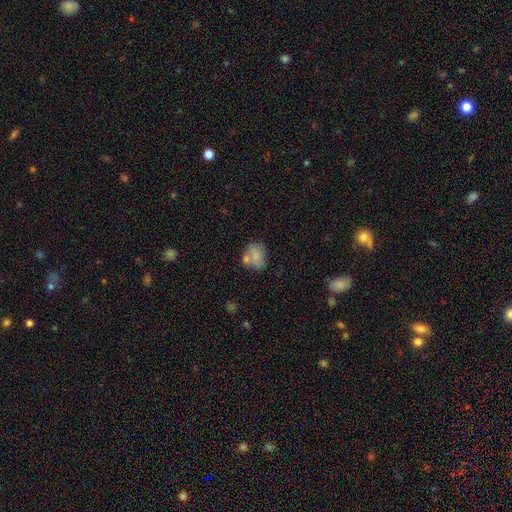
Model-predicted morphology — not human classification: Smooth or featured? Predicted: smooth (p=0.73). How rounded? Predicted: round (p=0.53). Merging? Predicted: none (p=0.47).